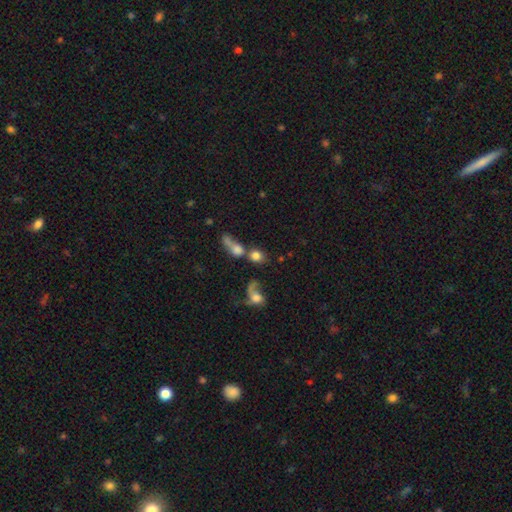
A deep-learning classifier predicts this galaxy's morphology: A smooth galaxy with no disk features (72%) that is round (72%). Merging: merger (51%).